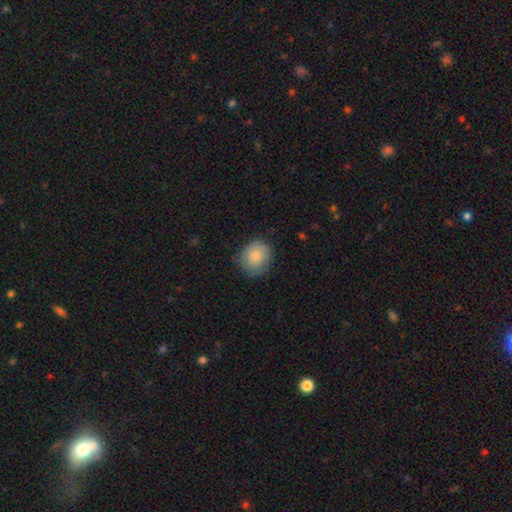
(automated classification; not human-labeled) Overall: smooth (78%). How rounded: round (76%). Merging: none (76%).